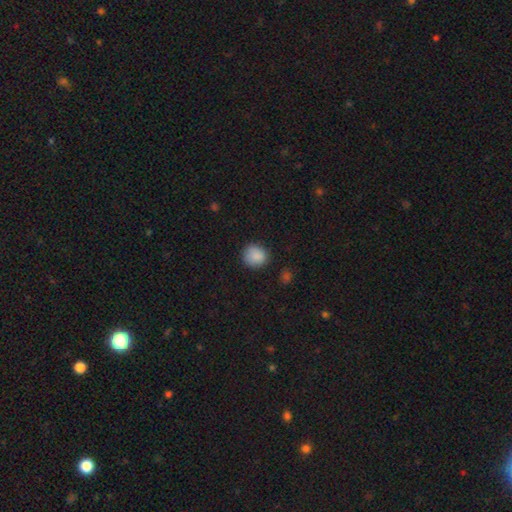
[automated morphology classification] Smooth or featured? smooth (88%)
How rounded? round (85%)
Merging? none (84%)